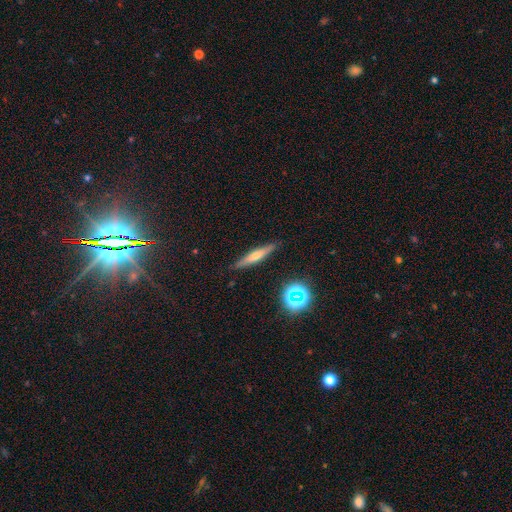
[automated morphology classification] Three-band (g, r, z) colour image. It shows a featured or disk galaxy (46%). Merging: none (88%).